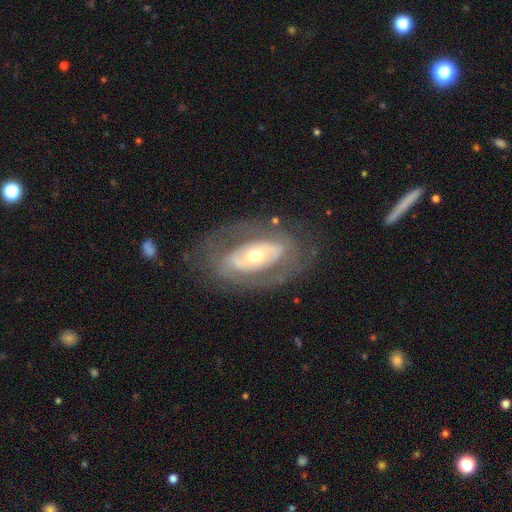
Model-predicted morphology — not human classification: type=featured or disk (75%); edge-on=no (91%); bar=no (60%); spiral arms=no (52%); bulge=moderate (57%); merging=none (74%).